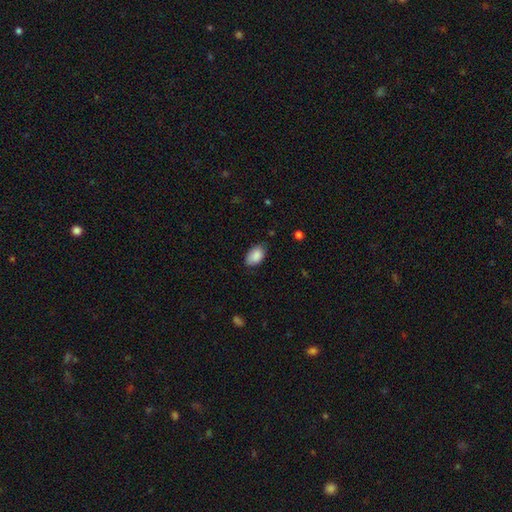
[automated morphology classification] Q: Smooth or featured?
A: smooth (88%); runner-up: star or artifact (7%)
Q: How rounded?
A: in between (92%); runner-up: round (6%)
Q: Merging?
A: none (73%); runner-up: minor disturbance (22%)